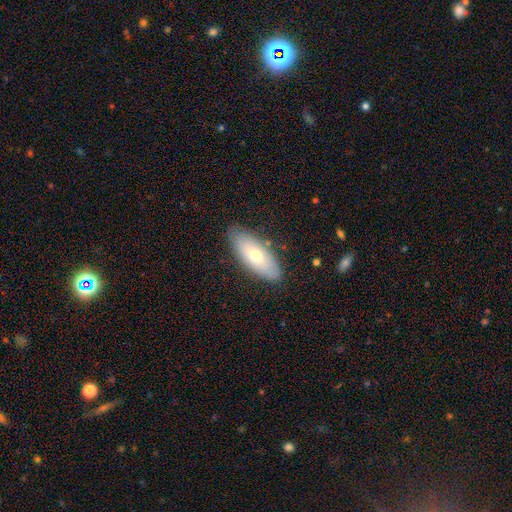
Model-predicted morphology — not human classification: The model was most divided on "smooth or featured": smooth: 63%, featured or disk: 30%, star or artifact: 7%. More confident: merging — none (84%); how rounded — in between (80%).